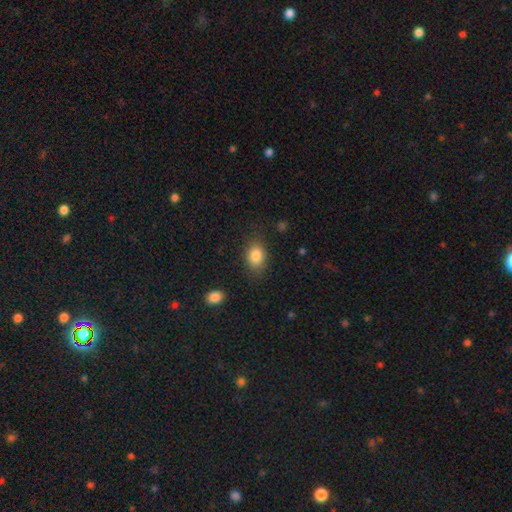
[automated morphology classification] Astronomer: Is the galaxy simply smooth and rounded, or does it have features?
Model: smooth — 84%.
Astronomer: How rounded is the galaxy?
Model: in between — 73%.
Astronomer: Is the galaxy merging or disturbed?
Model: none — 79%.